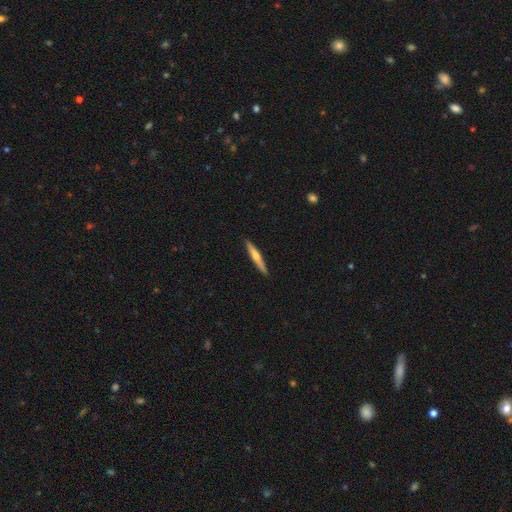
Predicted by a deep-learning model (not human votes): Morphology: type=featured or disk (50%); edge-on=yes (96%); merging=none (91%).